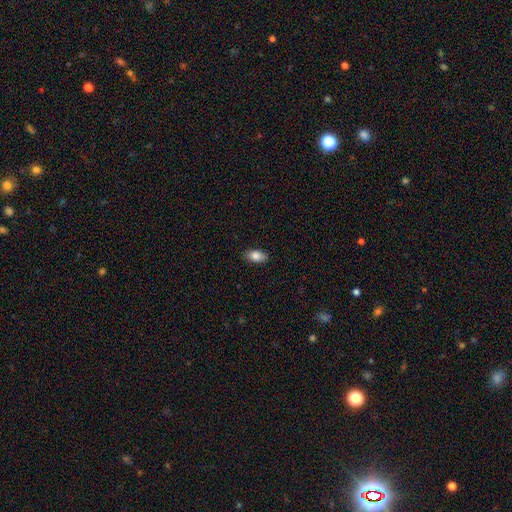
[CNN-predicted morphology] Smooth or featured? smooth (86%)
How rounded? in between (92%)
Merging? none (88%)